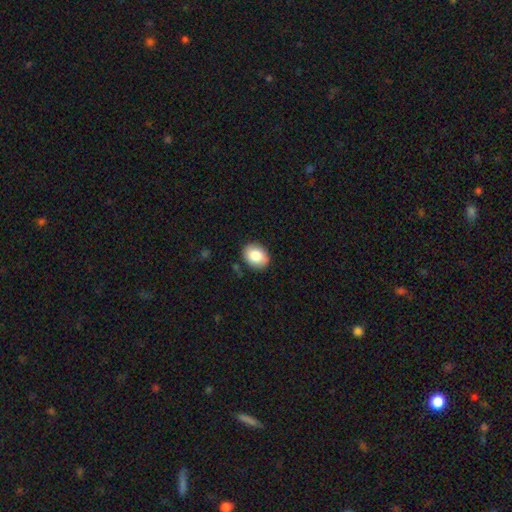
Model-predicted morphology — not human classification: type=smooth (84%); roundness=in between (63%); merging=none (86%).